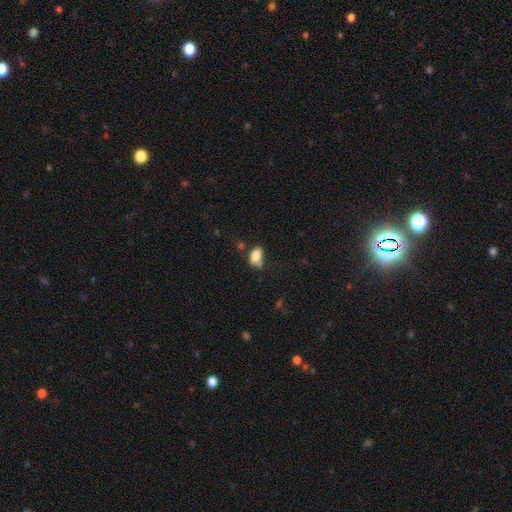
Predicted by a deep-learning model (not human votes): A smooth galaxy with no disk features (79%) that is in between round and cigar-shaped (88%). Merging: none (45%).